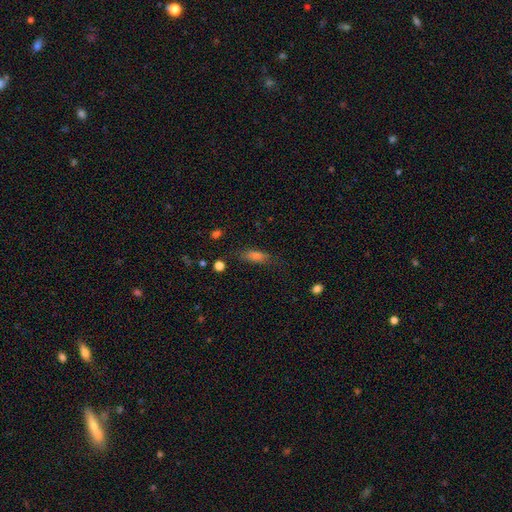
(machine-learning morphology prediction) Smooth or featured? smooth (64%)
How rounded? in between (52%)
Merging? none (73%)